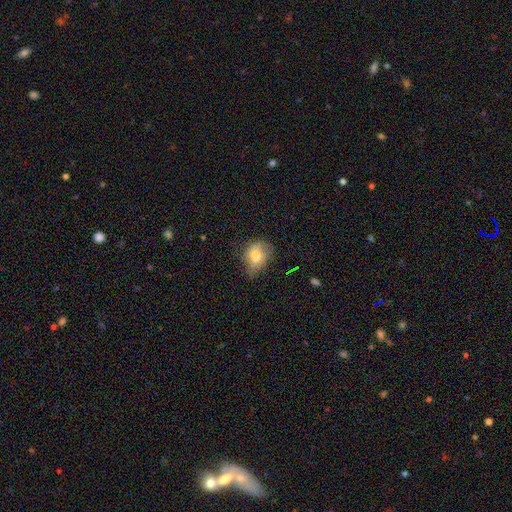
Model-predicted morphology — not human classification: Smooth or featured?
  - smooth: 72% *
  - featured or disk: 17%
  - star or artifact: 11%
How rounded?
  - in between: 55% *
  - round: 43%
  - cigar-shaped: 2%
Merging?
  - none: 47% *
  - minor disturbance: 37%
  - major disturbance: 15%
  - merger: 2%